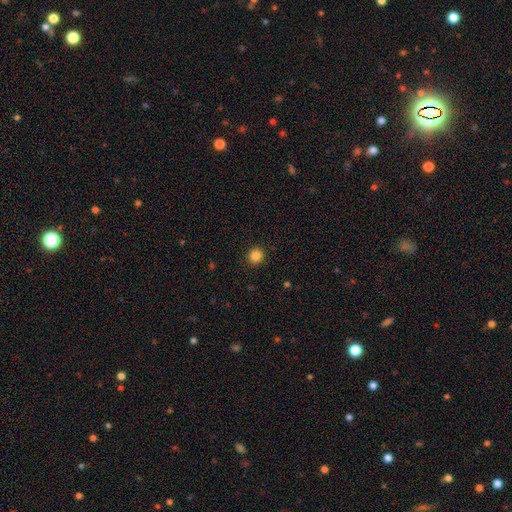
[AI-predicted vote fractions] Overall: smooth (85%). How rounded: round (86%). Merging: none (91%).